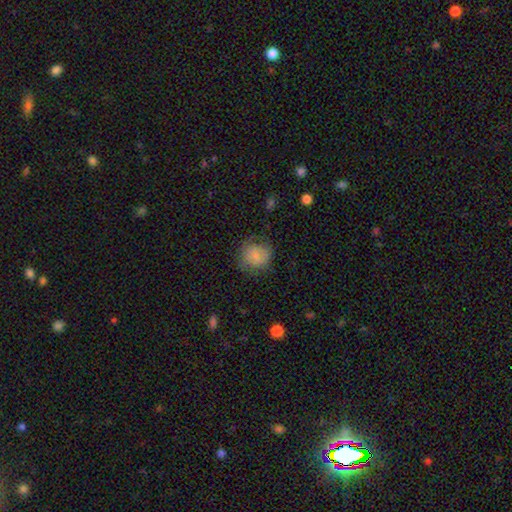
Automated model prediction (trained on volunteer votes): smooth 75%, featured or disk 16%, star or artifact 9%. Down the decision tree: how rounded — round (80%); merging — none (66%).